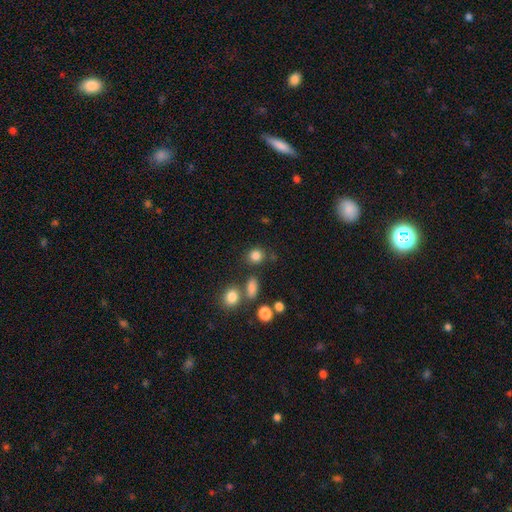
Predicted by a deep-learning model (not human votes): This appears to be a smooth galaxy with no disk features (82%) that is round (78%). Merging: none (75%).